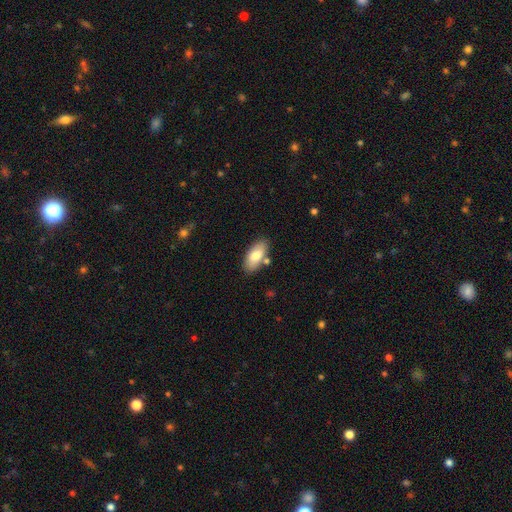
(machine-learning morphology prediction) A smooth galaxy with no disk features (78%) that is in between round and cigar-shaped (90%). Merging: none (78%).